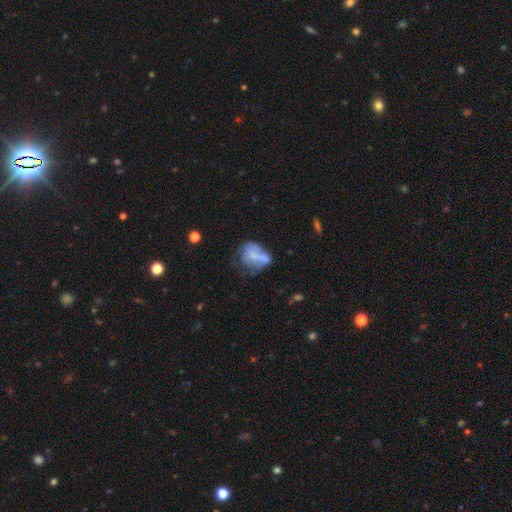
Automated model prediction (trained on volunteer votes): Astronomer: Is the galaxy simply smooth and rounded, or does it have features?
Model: smooth — 54% (runner-up: featured or disk, 36%).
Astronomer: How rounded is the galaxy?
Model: in between — 60% (runner-up: round, 39%).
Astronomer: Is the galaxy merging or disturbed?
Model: merger — 27%, tied with none at 27%.